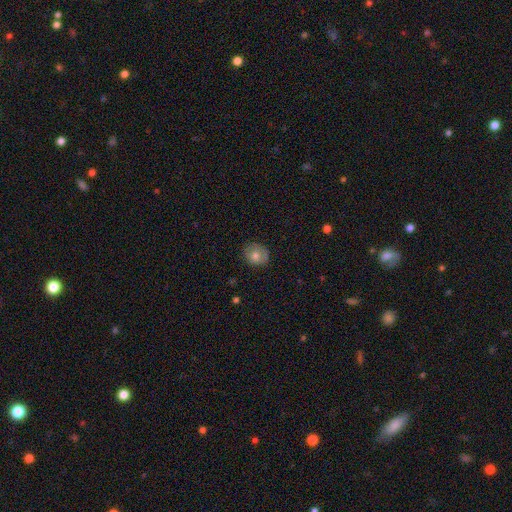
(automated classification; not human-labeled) Smooth or featured: smooth — 73% (featured or disk — 18%)
How rounded: round — 72% (in between — 27%)
Merging: none — 77% (minor disturbance — 18%)